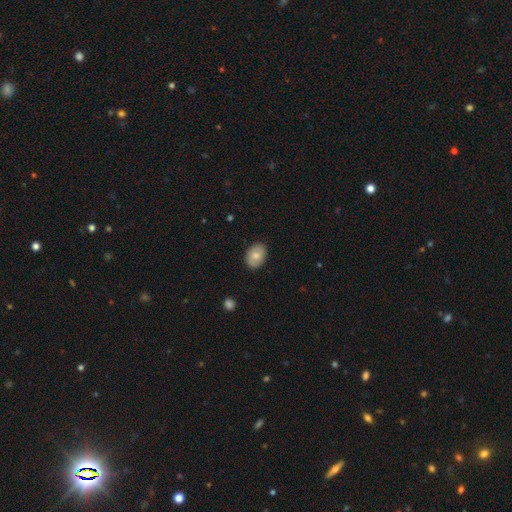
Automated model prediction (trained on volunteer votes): smooth_or_featured: smooth (p=0.73) [alt: featured or disk p=0.21]
how_rounded: in between (p=0.77) [alt: round p=0.22]
merging: none (p=0.86) [alt: minor disturbance p=0.11]